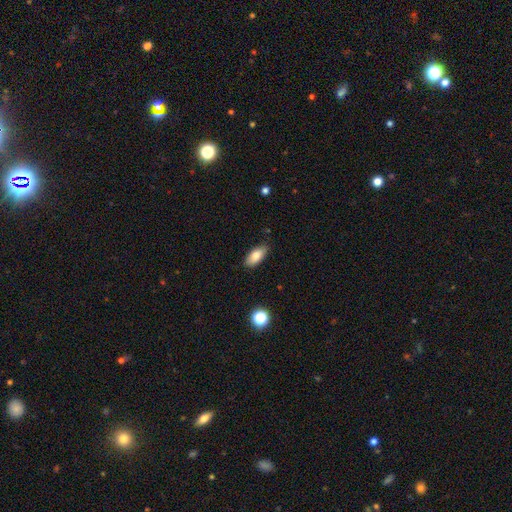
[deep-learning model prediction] smooth_or_featured: smooth (p=0.82) [alt: featured or disk p=0.10]
how_rounded: in between (p=0.87) [alt: cigar-shaped p=0.10]
merging: none (p=0.84) [alt: minor disturbance p=0.12]